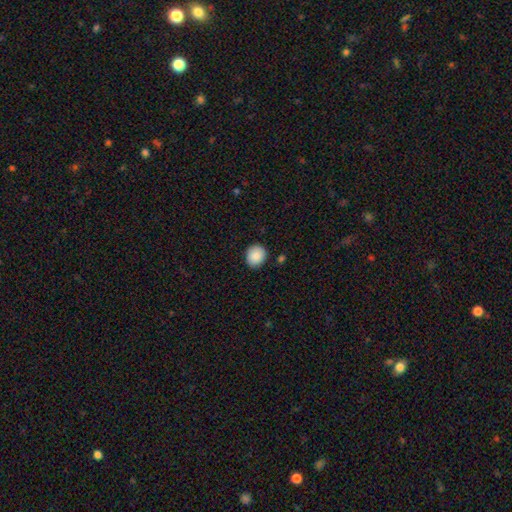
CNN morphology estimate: The model was most divided on "how rounded": round: 80%, in between: 19%, cigar-shaped: 1%. More confident: smooth or featured — smooth (89%); merging — none (88%).